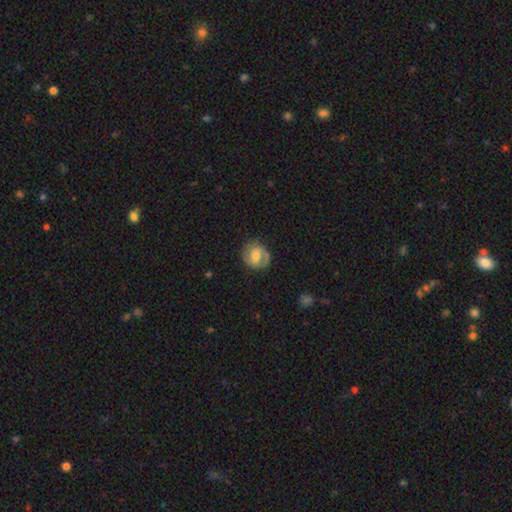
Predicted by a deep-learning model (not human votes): featured or disk 61%, smooth 33%, star or artifact 7%. Down the decision tree: edge-on disk — no (97%); bar — weak (52%); spiral arms — yes (84%); bulge size — moderate (54%); merging — none (72%).